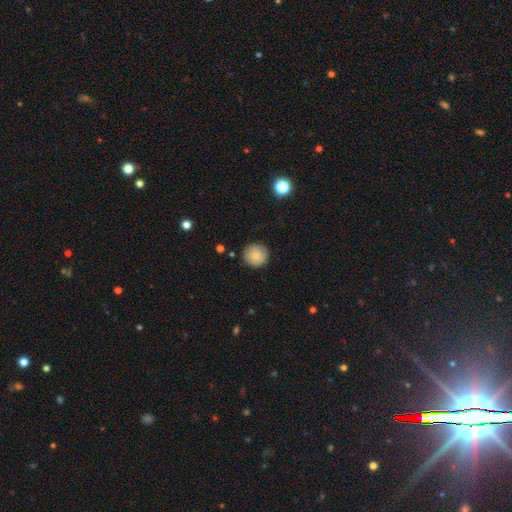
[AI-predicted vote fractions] smooth_or_featured: smooth (p=0.78) [alt: featured or disk p=0.13]
how_rounded: round (p=0.94) [alt: in between p=0.06]
merging: none (p=0.85) [alt: minor disturbance p=0.11]